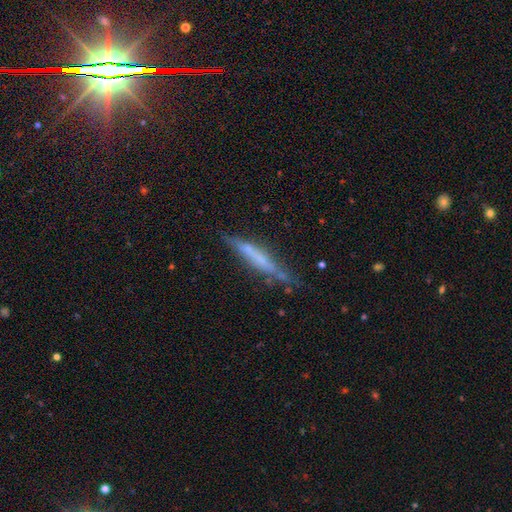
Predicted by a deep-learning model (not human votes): smooth-or-featured: featured or disk: 51% | smooth: 39% | star or artifact: 9%
  disk-edge-on: yes: 88% | no: 12%
  merging: none: 69% | minor disturbance: 21% | major disturbance: 6% | merger: 3%